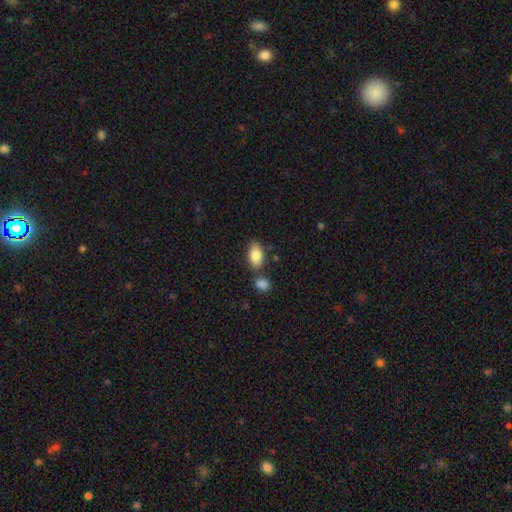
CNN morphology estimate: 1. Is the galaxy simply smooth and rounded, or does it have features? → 85% smooth, 8% featured or disk, 7% star or artifact.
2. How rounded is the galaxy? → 90% in between, 8% round, 2% cigar-shaped.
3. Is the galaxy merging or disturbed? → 63% none, 17% minor disturbance, 16% merger, 4% major disturbance.